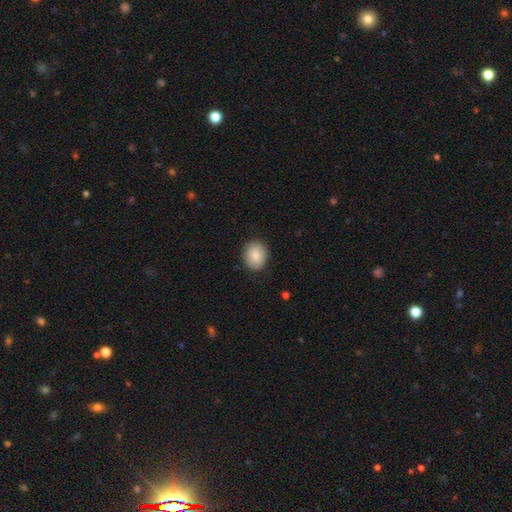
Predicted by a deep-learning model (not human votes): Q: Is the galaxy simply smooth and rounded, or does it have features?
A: smooth — 86%.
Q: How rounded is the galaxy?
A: round — 62%.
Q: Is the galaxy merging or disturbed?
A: none — 86%.